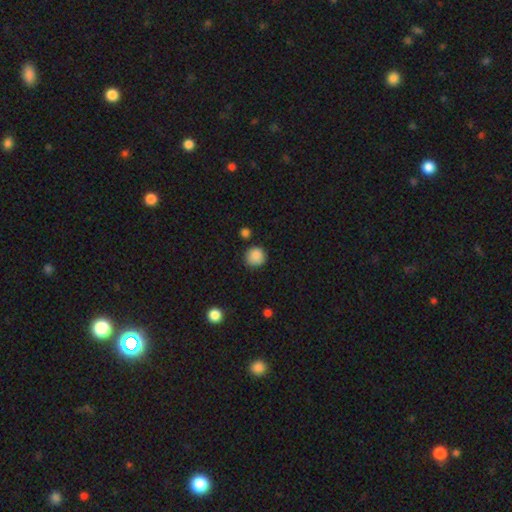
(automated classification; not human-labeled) The model was most divided on "merging": none: 80%, minor disturbance: 13%, merger: 4%, major disturbance: 3%. More confident: how rounded — round (91%); smooth or featured — smooth (87%).